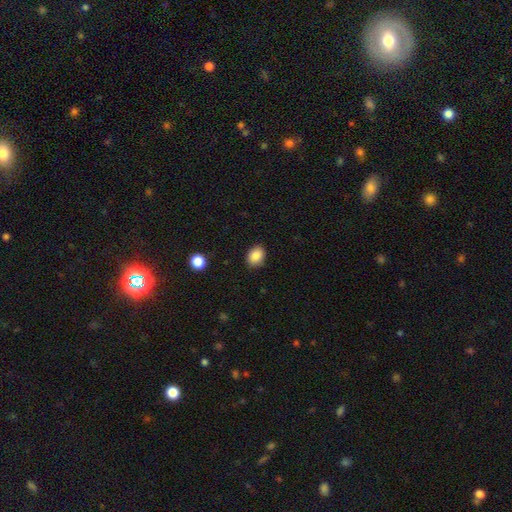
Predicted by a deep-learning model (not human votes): smooth 88%, star or artifact 9%, featured or disk 4%. Down the decision tree: how rounded — in between (59%); merging — none (86%).